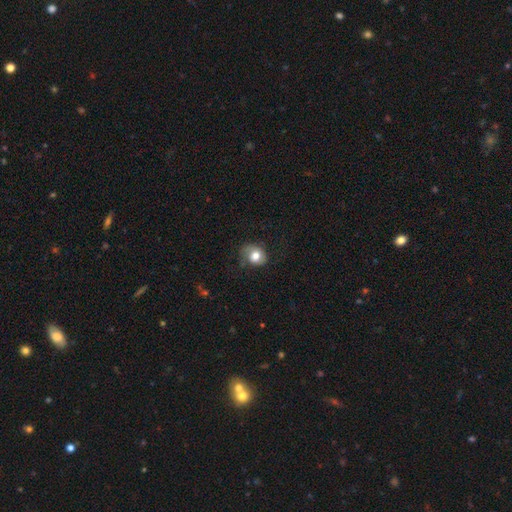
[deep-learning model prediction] The model was most divided on "how rounded": round: 57%, in between: 42%, cigar-shaped: 1%. More confident: smooth or featured — smooth (69%); merging — none (54%).